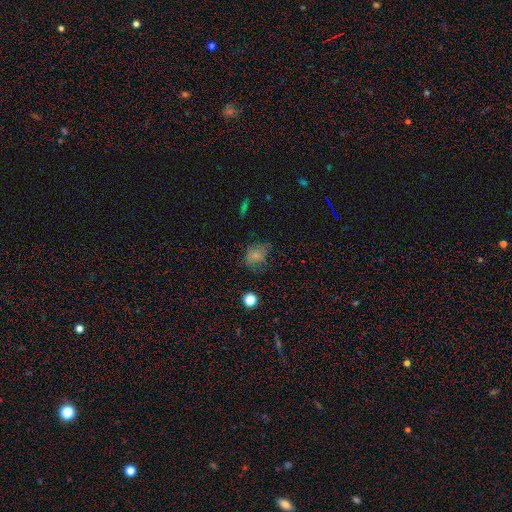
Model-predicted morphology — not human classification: smooth_or_featured: smooth (p=0.66) [alt: featured or disk p=0.18]
how_rounded: round (p=0.57) [alt: in between p=0.42]
merging: none (p=0.59) [alt: minor disturbance p=0.25]